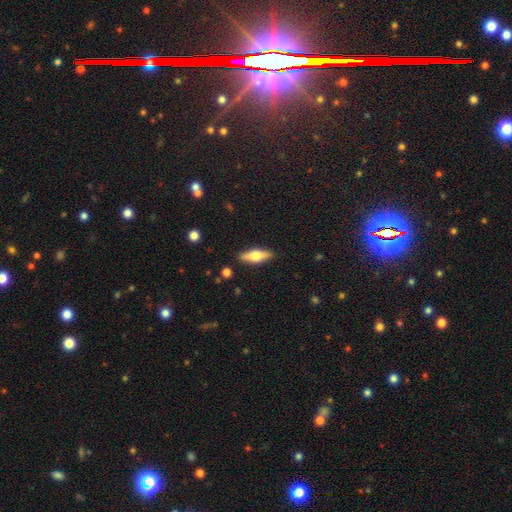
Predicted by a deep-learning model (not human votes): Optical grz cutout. It shows a smooth galaxy with no disk features (52%) that is in between round and cigar-shaped (55%). Merging: none (88%).